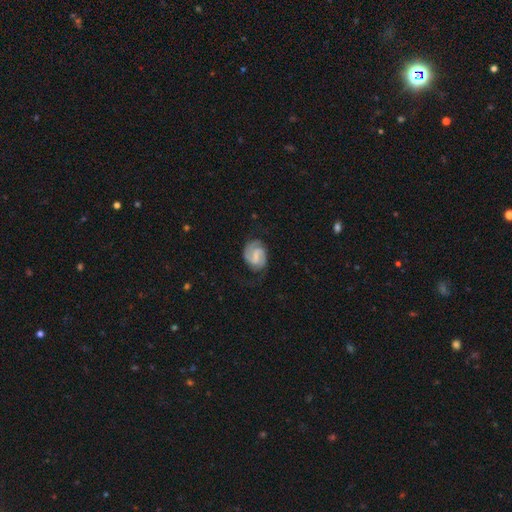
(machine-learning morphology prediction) type=featured or disk (79%); edge-on=no (98%); bar=weak (53%); spiral arms=yes (96%); winding=medium (47%); arm count=2 (86%); bulge=none (41%); merging=none (67%).